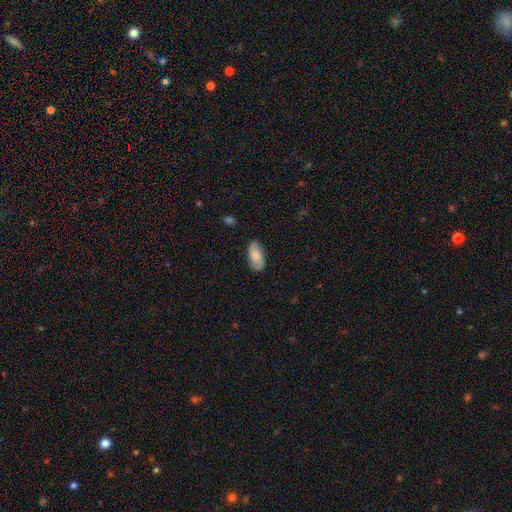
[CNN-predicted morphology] smooth-or-featured: smooth: 58% | featured or disk: 35% | star or artifact: 7%
  how-rounded: in between: 93% | cigar-shaped: 4% | round: 3%
  merging: none: 83% | minor disturbance: 13% | major disturbance: 3% | merger: 1%